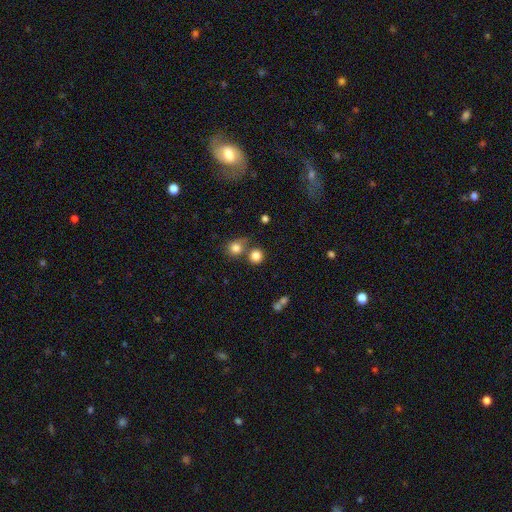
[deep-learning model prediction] Overall: smooth (82%). How rounded: round (88%). Merging: none (65%).